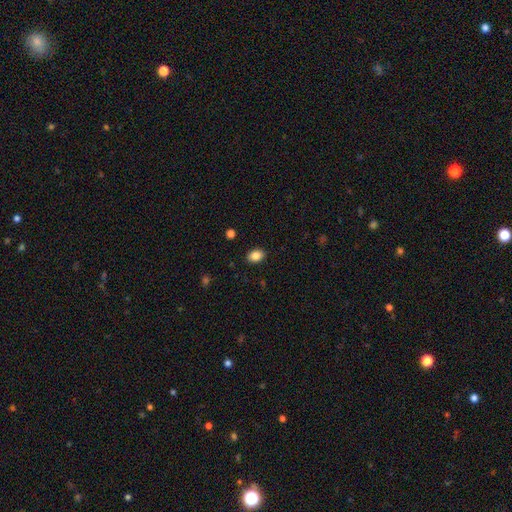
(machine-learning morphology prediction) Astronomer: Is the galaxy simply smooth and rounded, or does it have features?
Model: smooth — 85%.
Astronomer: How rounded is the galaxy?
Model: in between — 78%.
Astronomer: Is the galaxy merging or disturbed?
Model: none — 89%.